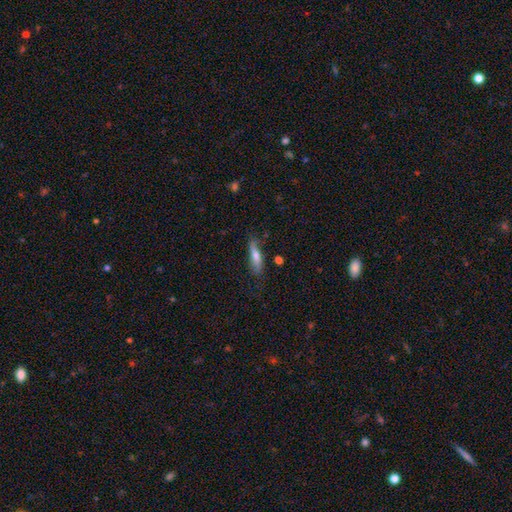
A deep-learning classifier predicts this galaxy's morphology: The model was most divided on "smooth or featured": smooth: 63%, featured or disk: 30%, star or artifact: 7%. More confident: merging — none (68%); how rounded — cigar-shaped (67%).